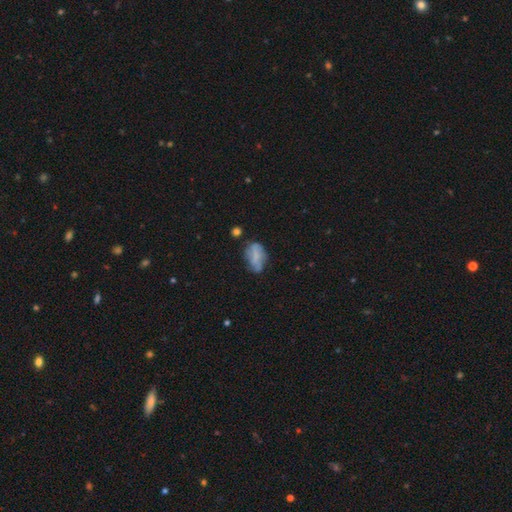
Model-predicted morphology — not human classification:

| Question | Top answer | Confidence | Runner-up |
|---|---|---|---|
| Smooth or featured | smooth | 57% | featured or disk (33%) |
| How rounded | in between | 88% | round (8%) |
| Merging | none | 47% | minor disturbance (31%) |